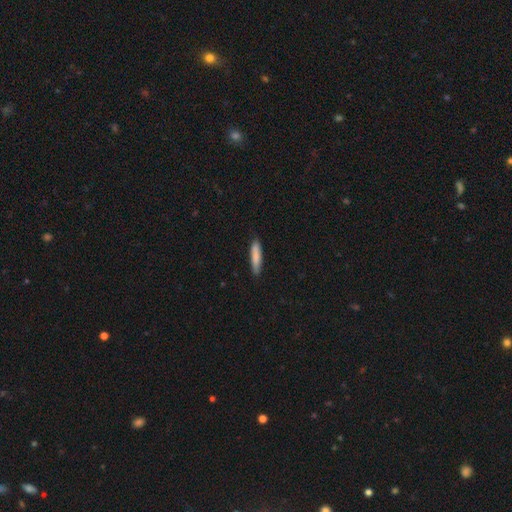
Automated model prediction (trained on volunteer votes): Smooth or featured: smooth — 84% (featured or disk — 11%)
How rounded: cigar-shaped — 85% (in between — 14%)
Merging: none — 87% (minor disturbance — 10%)